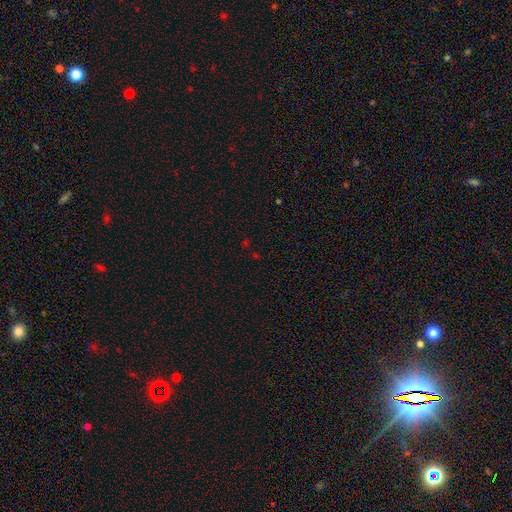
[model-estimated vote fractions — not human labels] Smooth or featured: star or artifact — 61% (smooth — 31%)